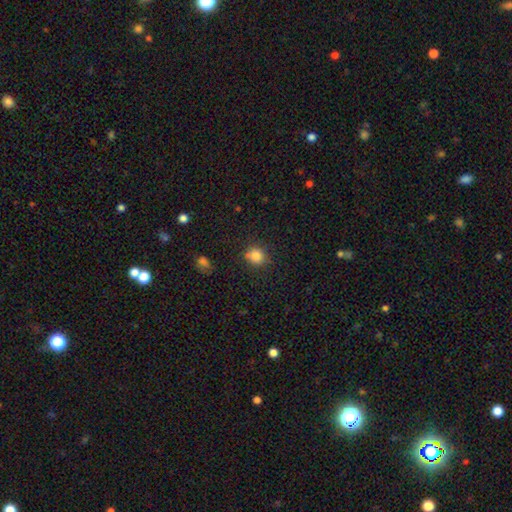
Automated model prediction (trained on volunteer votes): Q: Smooth or featured?
A: smooth (82%); runner-up: star or artifact (12%)
Q: How rounded?
A: round (83%); runner-up: in between (16%)
Q: Merging?
A: none (73%); runner-up: minor disturbance (15%)